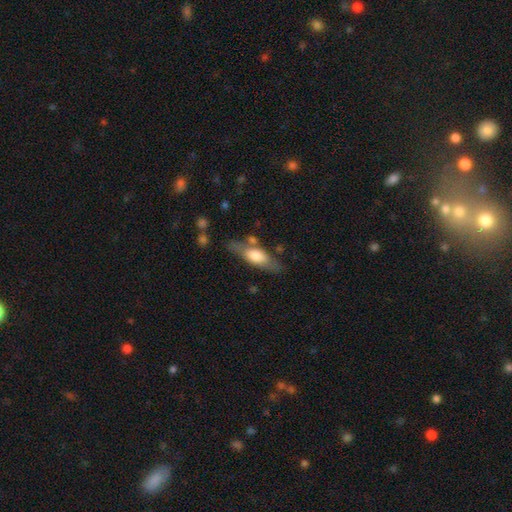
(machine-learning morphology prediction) Overall: smooth (58%; featured or disk 36%). How rounded: in between (56%; cigar-shaped 40%). Merging: none (66%).